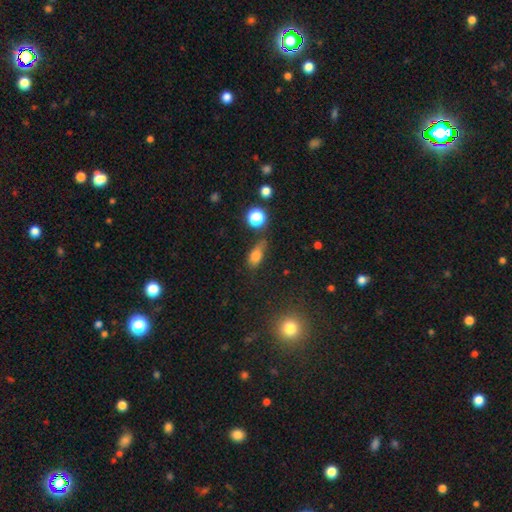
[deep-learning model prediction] This appears to be a smooth galaxy with no disk features (76%) that is in between round and cigar-shaped (74%). Merging: none (50%).